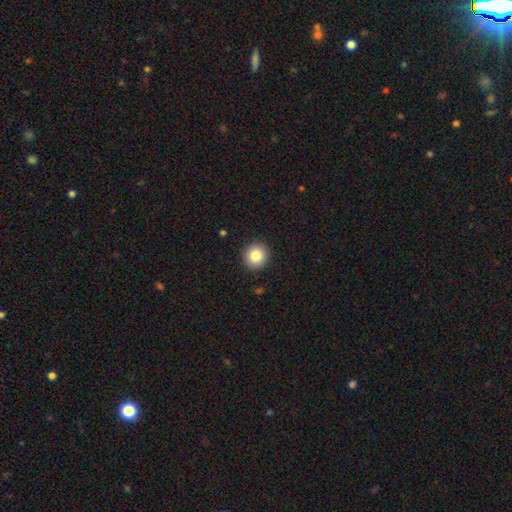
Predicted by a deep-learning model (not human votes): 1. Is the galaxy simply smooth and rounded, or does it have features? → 83% smooth, 10% star or artifact, 7% featured or disk.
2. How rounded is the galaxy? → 93% round, 6% in between, 1% cigar-shaped.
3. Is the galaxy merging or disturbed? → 91% none, 6% minor disturbance, 2% major disturbance, 1% merger.